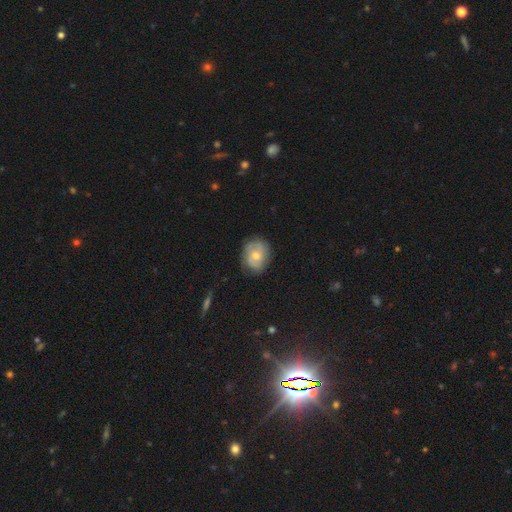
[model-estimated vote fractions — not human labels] This is possibly a featured or disk galaxy (51%). It is clearly not viewed edge-on (96%). Merging: likely none (74%).